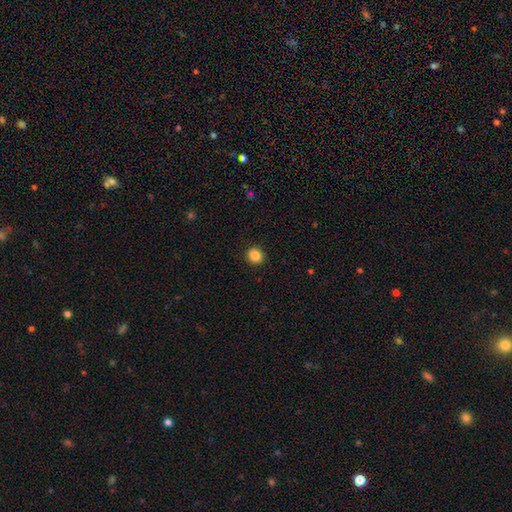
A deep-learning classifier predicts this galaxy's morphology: The model was most divided on "how rounded": round: 85%, in between: 14%, cigar-shaped: 1%. More confident: merging — none (92%); smooth or featured — smooth (86%).